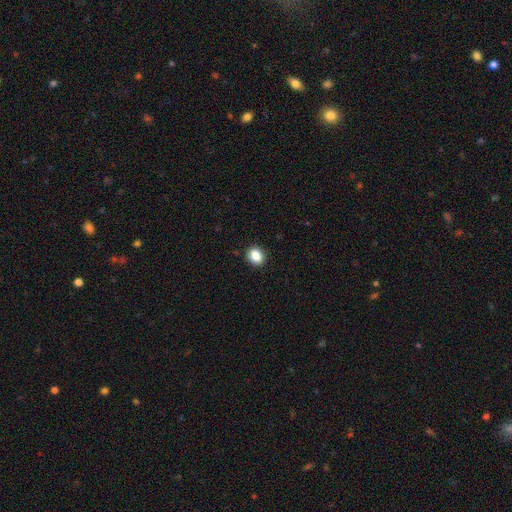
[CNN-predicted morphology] type=smooth (87%); roundness=round (55%); merging=none (91%).